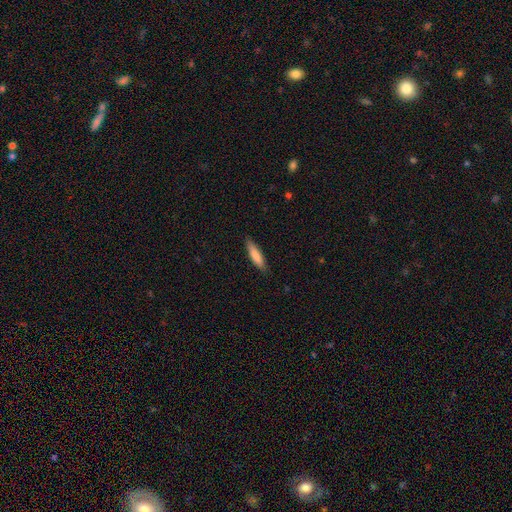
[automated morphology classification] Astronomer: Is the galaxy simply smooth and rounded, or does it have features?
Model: smooth — 83%.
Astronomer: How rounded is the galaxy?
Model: cigar-shaped — 77%.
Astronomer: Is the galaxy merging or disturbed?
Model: none — 86%.